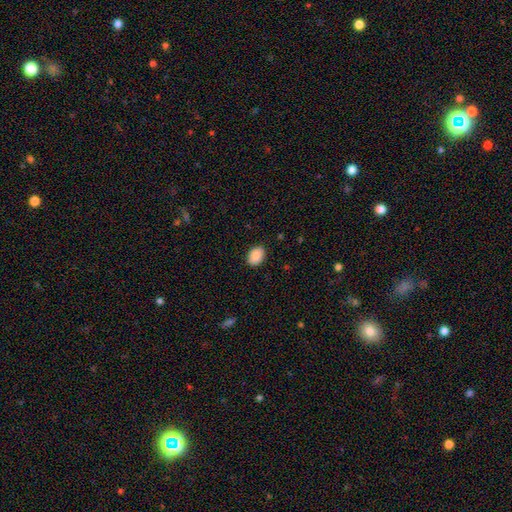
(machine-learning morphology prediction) Smooth or featured? smooth (89%)
How rounded? in between (73%)
Merging? none (87%)